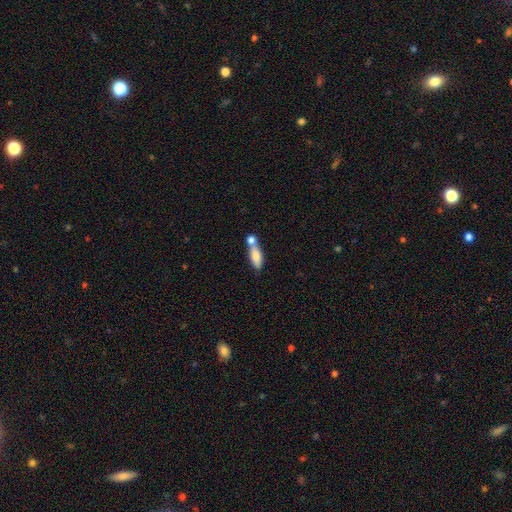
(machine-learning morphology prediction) Smooth or featured: smooth — 76% (featured or disk — 18%)
How rounded: in between — 56% (cigar-shaped — 41%)
Merging: merger — 45% (none — 38%)